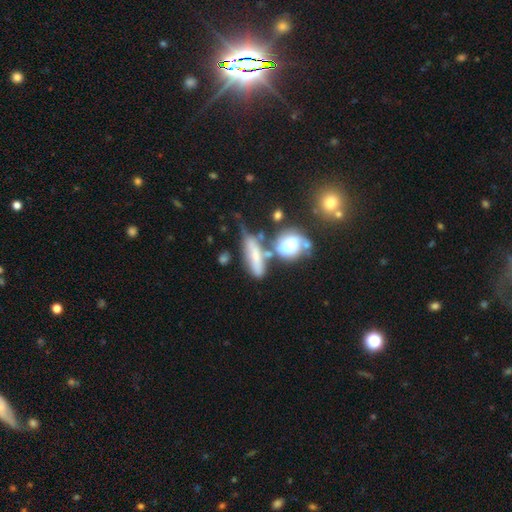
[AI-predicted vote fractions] smooth 57%, featured or disk 32%, star or artifact 11%. Down the decision tree: how rounded — in between (44%); merging — none (34%, tied with merger).